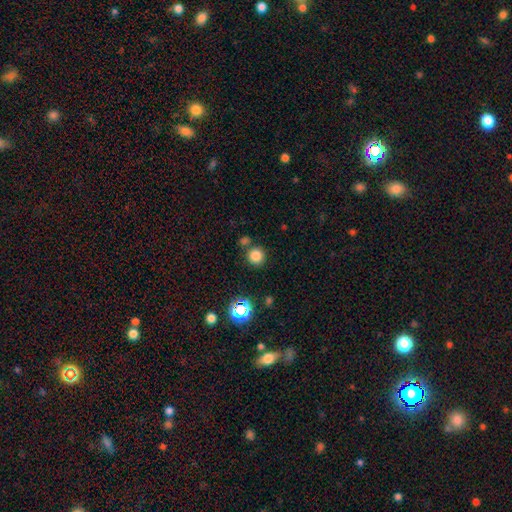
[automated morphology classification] Overall: smooth (79%). How rounded: round (94%). Merging: none (77%).